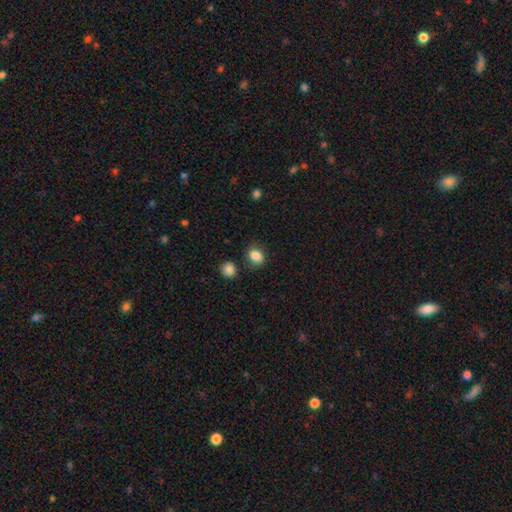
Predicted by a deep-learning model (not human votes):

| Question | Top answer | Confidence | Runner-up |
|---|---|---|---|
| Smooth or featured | smooth | 86% | star or artifact (10%) |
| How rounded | in between | 53% | round (46%) |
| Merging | none | 78% | minor disturbance (13%) |